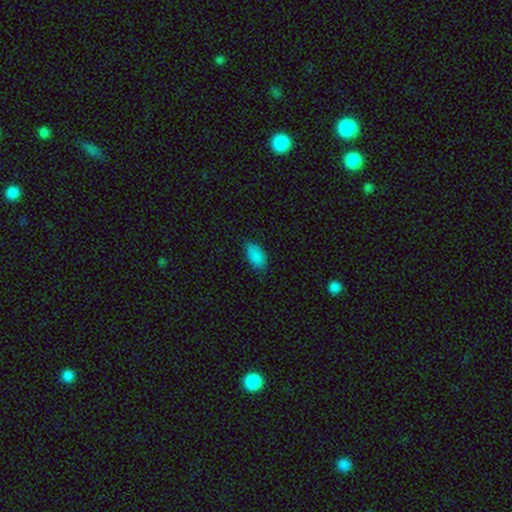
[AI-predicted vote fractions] smooth_or_featured: smooth (p=0.87) [alt: star or artifact p=0.08]
how_rounded: in between (p=0.93) [alt: cigar-shaped p=0.03]
merging: none (p=0.74) [alt: minor disturbance p=0.21]